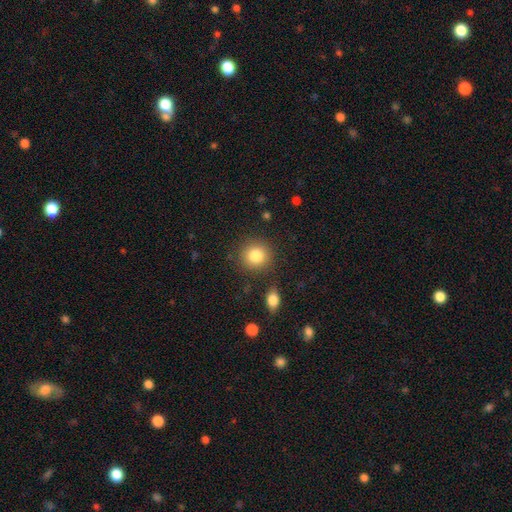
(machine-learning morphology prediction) type=smooth (84%); roundness=round (90%); merging=none (85%).